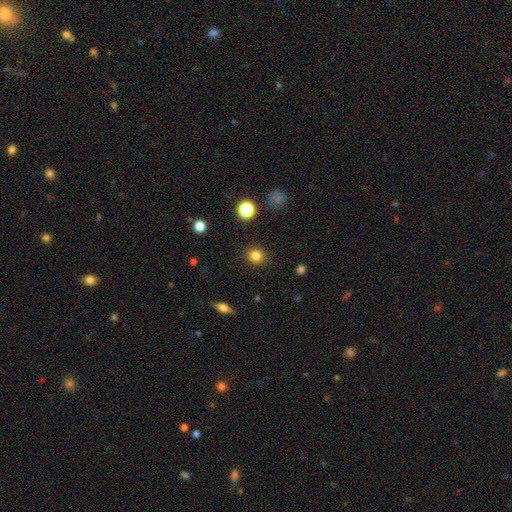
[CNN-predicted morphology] smooth 82%, star or artifact 12%, featured or disk 5%. Down the decision tree: how rounded — round (83%); merging — none (89%).